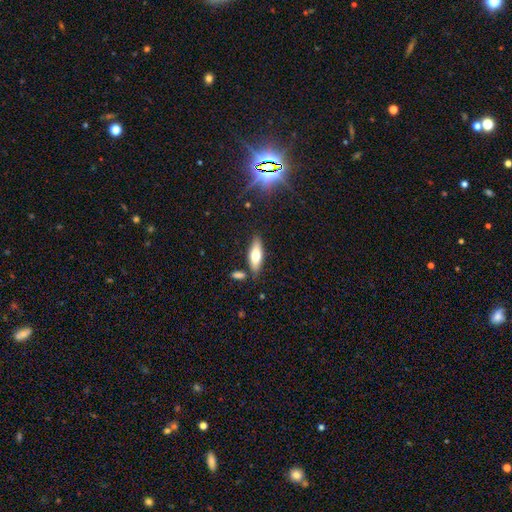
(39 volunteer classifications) smooth-or-featured: smooth: 59% | featured or disk: 38% | star or artifact: 3%
  how-rounded: cigar-shaped: 52% | in between: 48% | round: 0%
  merging: none: 82% | minor disturbance: 11% | merger: 5% | major disturbance: 3%